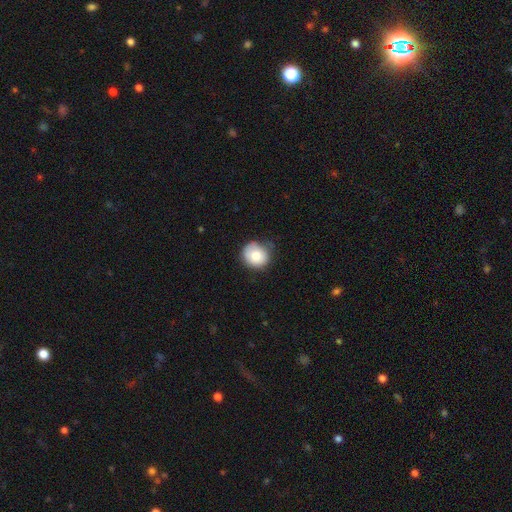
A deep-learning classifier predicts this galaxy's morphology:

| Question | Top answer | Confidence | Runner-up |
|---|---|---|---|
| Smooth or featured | smooth | 79% | featured or disk (13%) |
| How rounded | round | 84% | in between (15%) |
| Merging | none | 66% | minor disturbance (27%) |